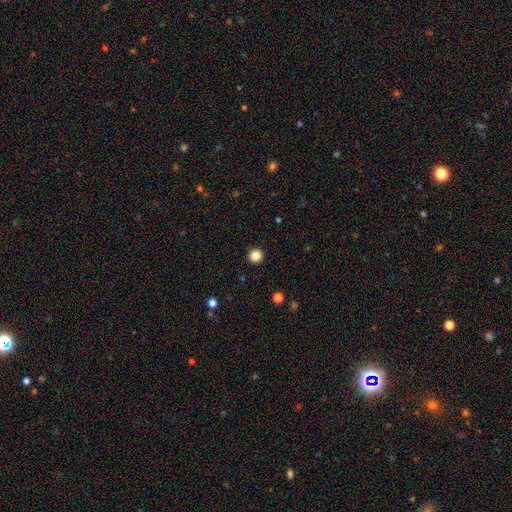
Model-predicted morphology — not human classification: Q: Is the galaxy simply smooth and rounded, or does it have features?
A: smooth — 85%.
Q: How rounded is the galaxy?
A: round — 96%.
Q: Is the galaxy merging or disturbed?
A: none — 93%.